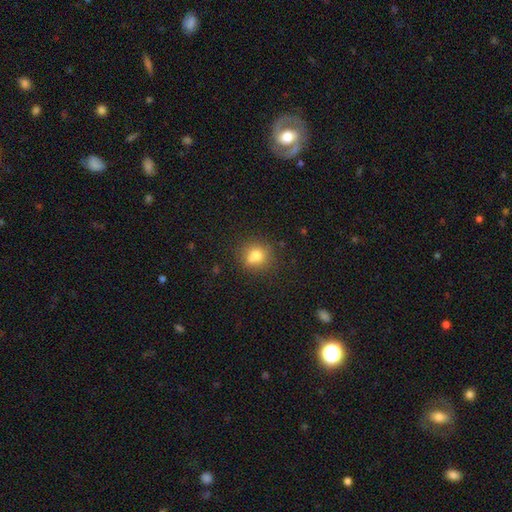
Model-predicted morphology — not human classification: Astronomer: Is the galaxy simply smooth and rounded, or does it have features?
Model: smooth — 76%.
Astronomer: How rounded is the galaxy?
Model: round — 82%.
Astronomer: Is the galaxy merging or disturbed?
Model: none — 68%.